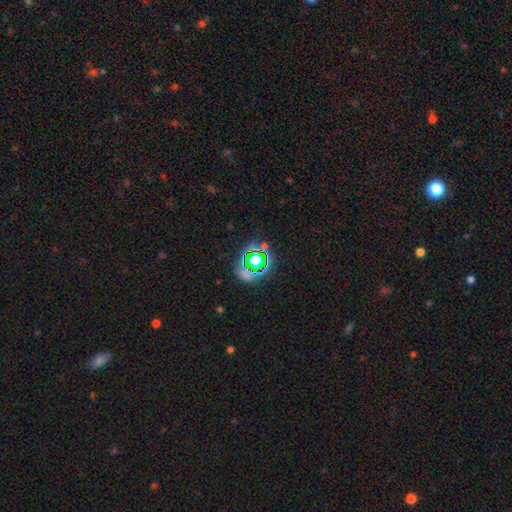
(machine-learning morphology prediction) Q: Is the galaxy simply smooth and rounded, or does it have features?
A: star or artifact — 68%.